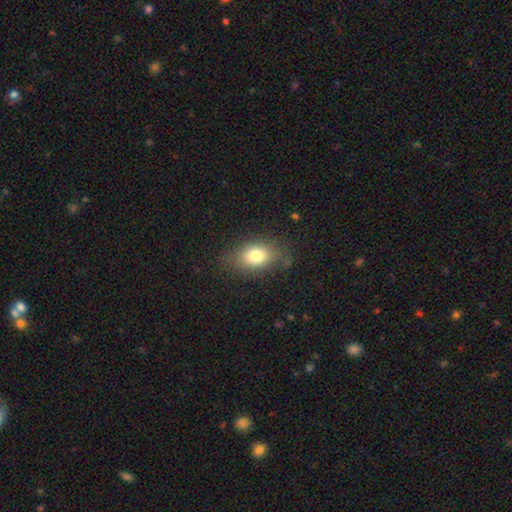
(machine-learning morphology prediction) The model was most divided on "how rounded": in between: 76%, round: 22%, cigar-shaped: 2%. More confident: smooth or featured — smooth (77%); merging — none (75%).